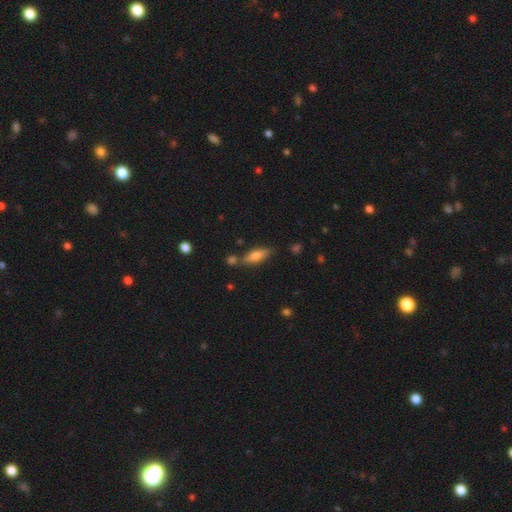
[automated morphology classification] This appears to be a smooth galaxy with no disk features (63%) that is in between round and cigar-shaped (49%). Merging: none (72%).